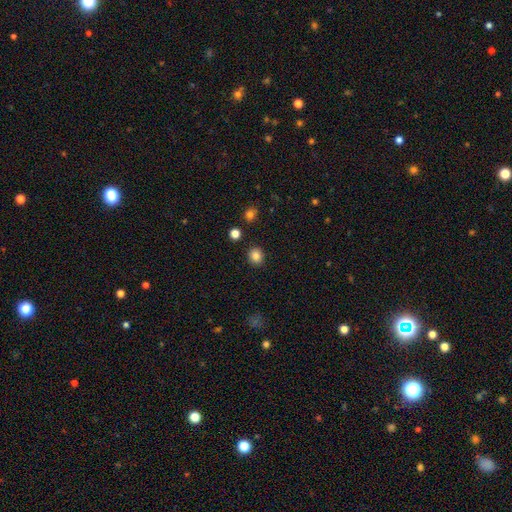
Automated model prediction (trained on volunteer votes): smooth 84%, star or artifact 11%, featured or disk 5%. Down the decision tree: how rounded — round (79%); merging — none (89%).